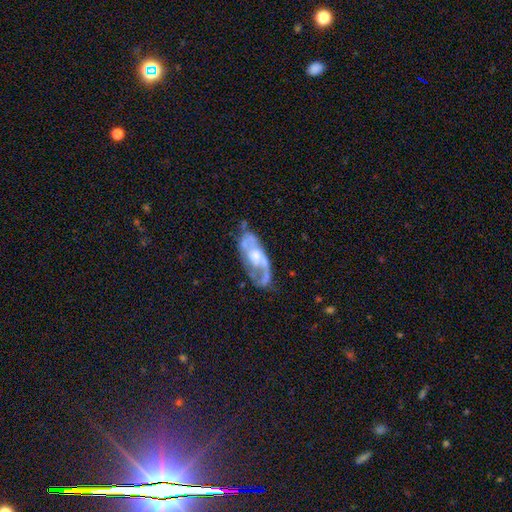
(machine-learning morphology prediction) featured or disk 81%, smooth 14%, star or artifact 6%. Down the decision tree: edge-on disk — no (91%); bar — no (64%); spiral arms — yes (85%); spiral arm count — 2 (63%); spiral winding — medium (47%); bulge size — moderate (60%); merging — none (60%).